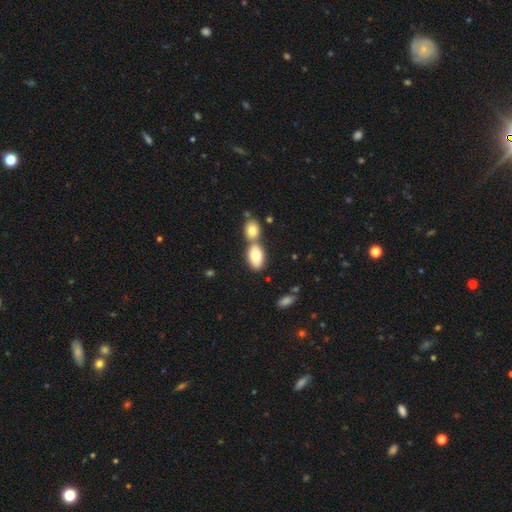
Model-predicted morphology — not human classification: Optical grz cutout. It shows a smooth galaxy with no disk features (78%) that is in between round and cigar-shaped (91%). Merging: merger (50%).